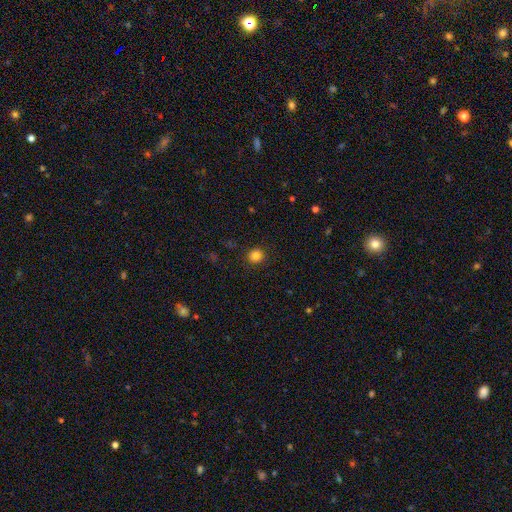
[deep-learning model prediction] Q: Smooth or featured?
A: smooth (83%); runner-up: star or artifact (13%)
Q: How rounded?
A: round (90%); runner-up: in between (9%)
Q: Merging?
A: none (91%); runner-up: minor disturbance (6%)